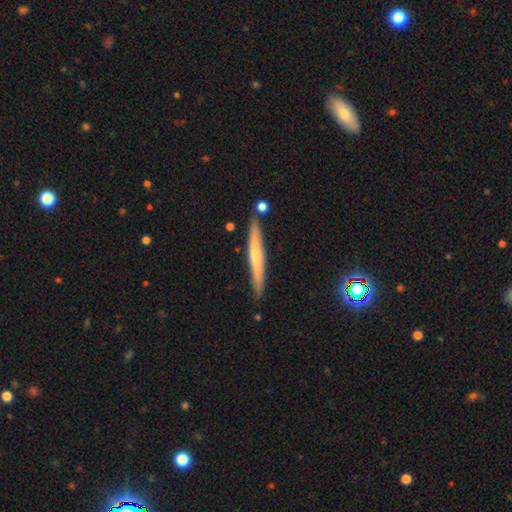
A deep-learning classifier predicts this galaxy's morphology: type=featured or disk (47%, tied with smooth); merging=none (84%).